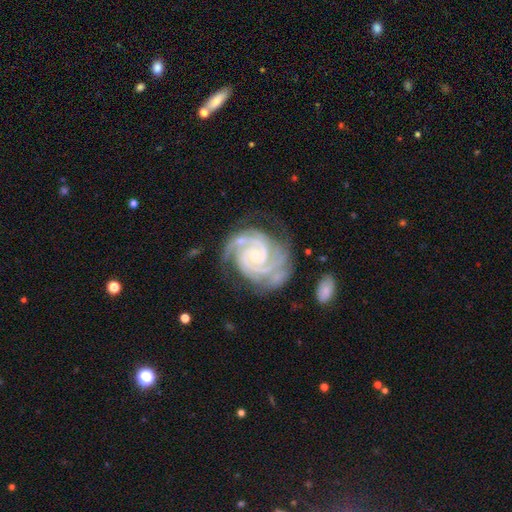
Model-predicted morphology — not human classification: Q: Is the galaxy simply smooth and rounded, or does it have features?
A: featured or disk — 94%.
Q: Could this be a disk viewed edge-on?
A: no — 98%.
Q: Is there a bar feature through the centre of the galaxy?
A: no — 63%.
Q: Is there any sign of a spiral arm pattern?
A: yes — 99%.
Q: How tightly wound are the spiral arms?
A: tight — 75%.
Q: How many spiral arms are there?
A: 2 — 46%.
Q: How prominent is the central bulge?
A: small — 65%.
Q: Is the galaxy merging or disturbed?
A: none — 67%.